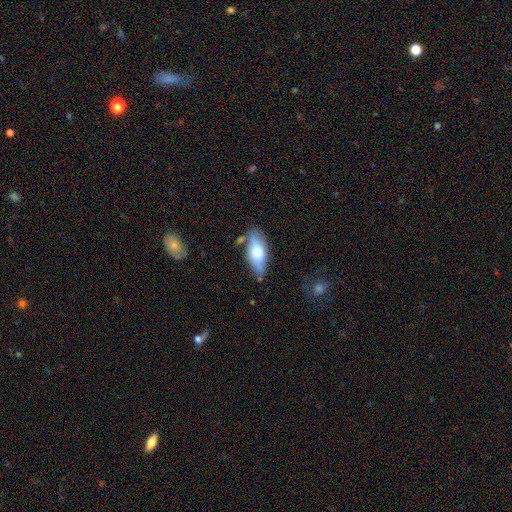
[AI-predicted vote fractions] smooth-or-featured: smooth: 61% | featured or disk: 33% | star or artifact: 6%
  how-rounded: in between: 80% | cigar-shaped: 17% | round: 3%
  merging: none: 68% | minor disturbance: 20% | merger: 7% | major disturbance: 5%